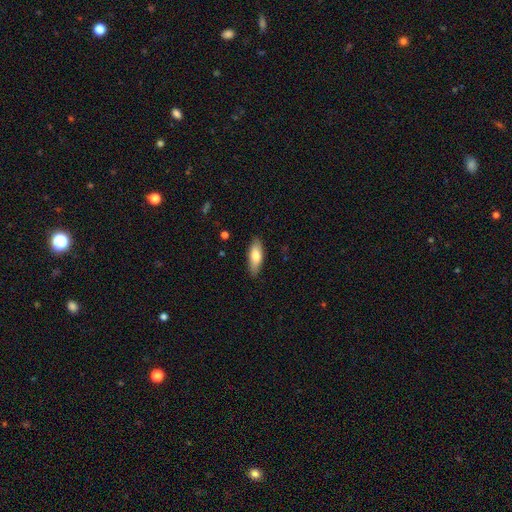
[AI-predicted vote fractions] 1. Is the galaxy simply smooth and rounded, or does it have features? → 77% smooth, 17% featured or disk, 6% star or artifact.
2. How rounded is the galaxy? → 68% in between, 30% cigar-shaped, 2% round.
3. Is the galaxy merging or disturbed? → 86% none, 11% minor disturbance, 2% major disturbance, 1% merger.